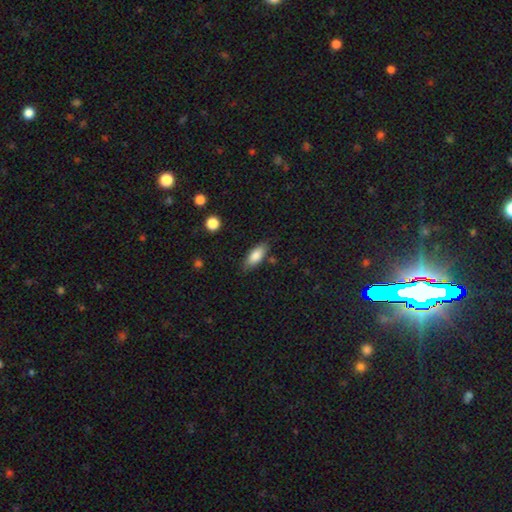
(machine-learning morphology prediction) smooth_or_featured: smooth (p=0.82) [alt: featured or disk p=0.11]
how_rounded: in between (p=0.80) [alt: cigar-shaped p=0.18]
merging: none (p=0.81) [alt: minor disturbance p=0.14]